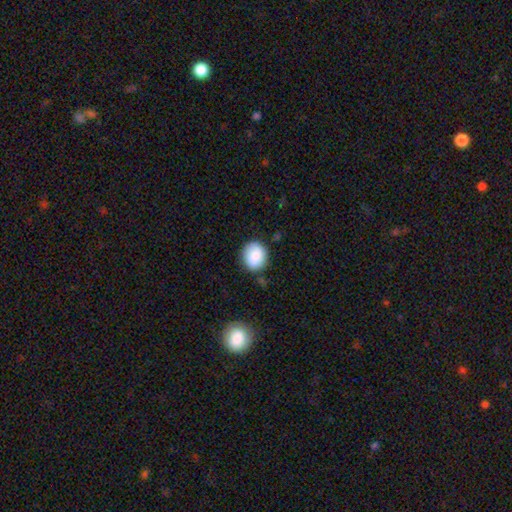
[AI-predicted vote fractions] A smooth galaxy with no disk features (81%) that is round (74%). Merging: none (80%).